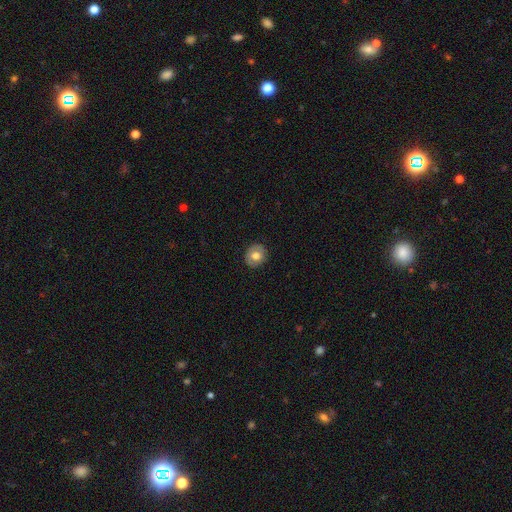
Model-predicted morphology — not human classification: Overall: smooth (69%). How rounded: round (81%). Merging: none (88%).